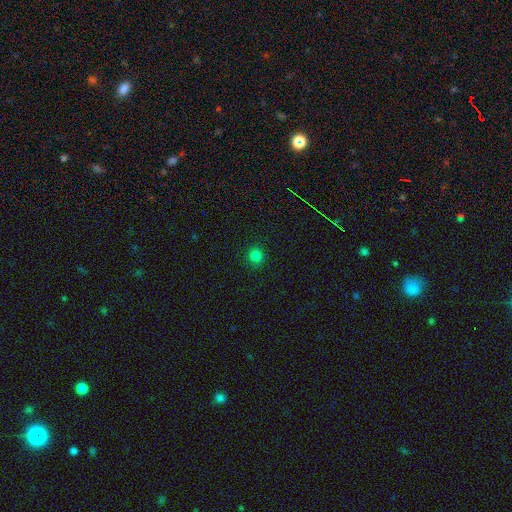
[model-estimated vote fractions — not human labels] Smooth or featured: smooth — 80% (star or artifact — 16%)
How rounded: round — 93% (in between — 7%)
Merging: none — 91% (minor disturbance — 6%)